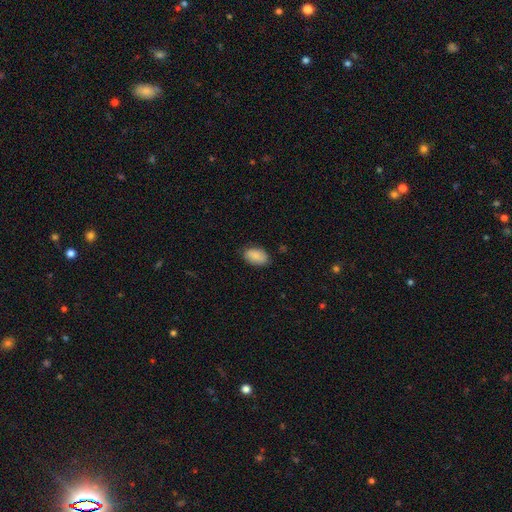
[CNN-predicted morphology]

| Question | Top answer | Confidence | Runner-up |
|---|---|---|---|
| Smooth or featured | smooth | 87% | star or artifact (7%) |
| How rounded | in between | 92% | round (6%) |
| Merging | none | 80% | minor disturbance (16%) |